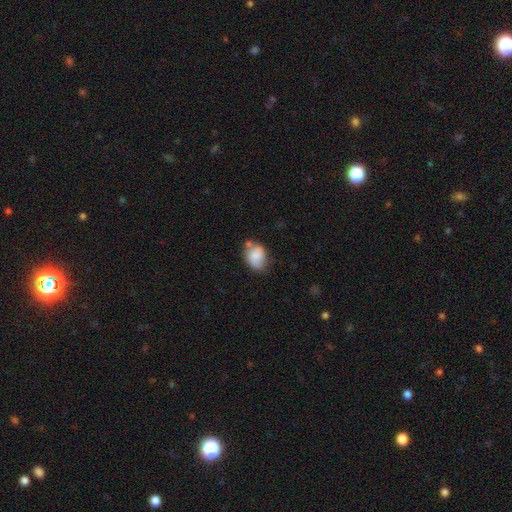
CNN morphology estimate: type=smooth (79%); roundness=in between (70%); merging=none (50%).